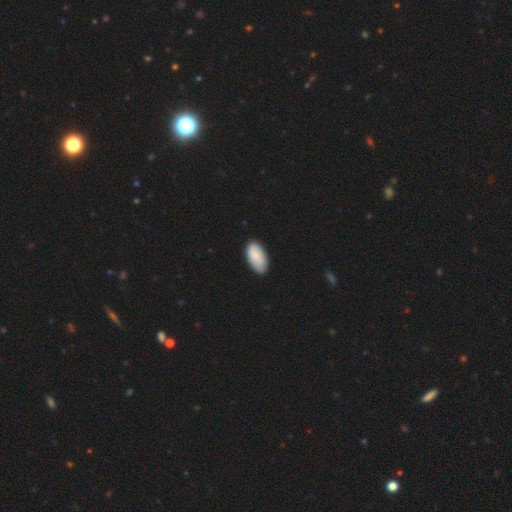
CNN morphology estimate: Smooth or featured: smooth — 83% (featured or disk — 11%)
How rounded: in between — 95% (cigar-shaped — 3%)
Merging: none — 82% (minor disturbance — 15%)